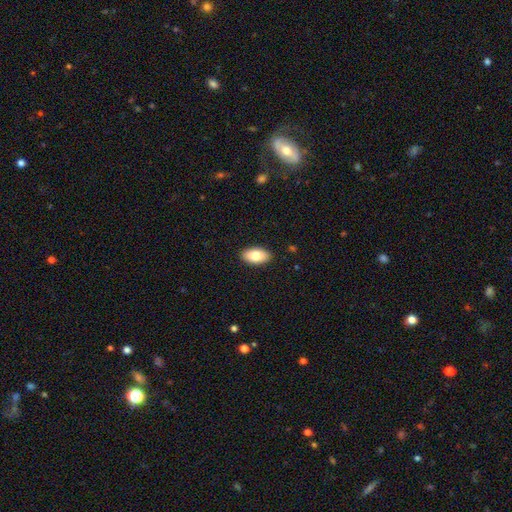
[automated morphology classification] This is likely a smooth galaxy (80%). How rounded: clearly in between (94%). Merging: clearly none (90%).